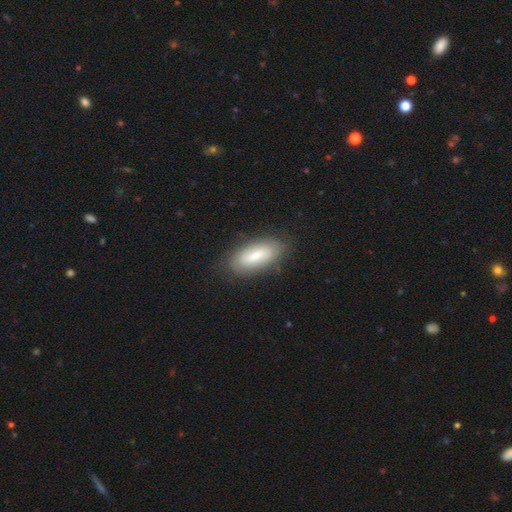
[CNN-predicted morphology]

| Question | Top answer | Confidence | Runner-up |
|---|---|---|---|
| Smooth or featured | smooth | 70% | featured or disk (24%) |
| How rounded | in between | 81% | cigar-shaped (17%) |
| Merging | none | 81% | minor disturbance (14%) |